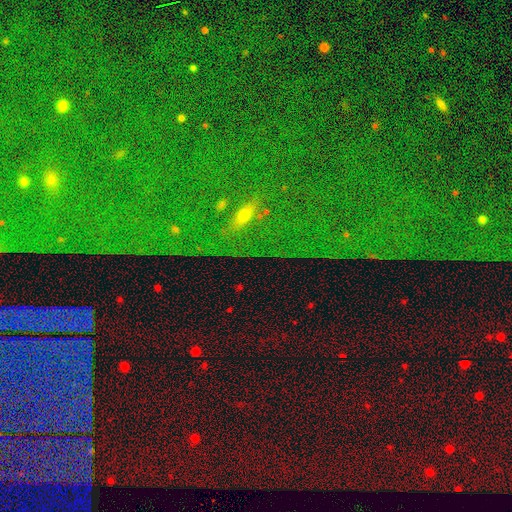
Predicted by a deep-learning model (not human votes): star or artifact 79%, smooth 11%, featured or disk 10%.